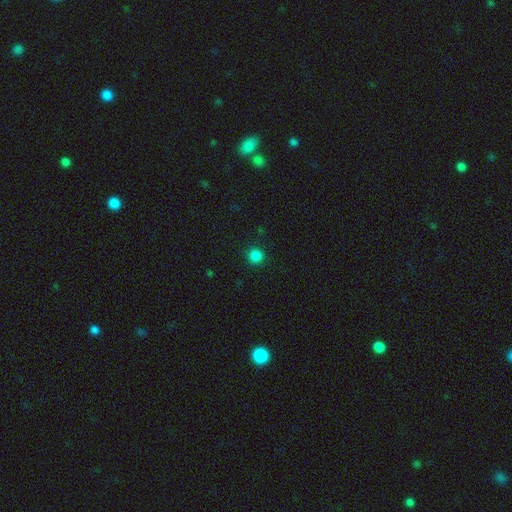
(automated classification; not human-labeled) This is clearly a smooth galaxy (84%). How rounded: clearly round (95%). Merging: clearly none (91%).